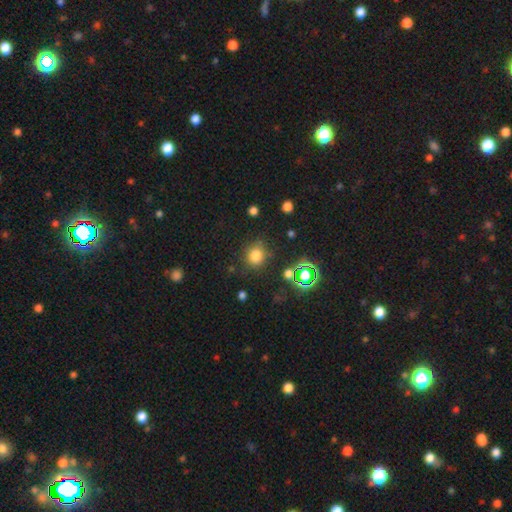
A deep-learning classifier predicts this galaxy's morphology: This appears to be a smooth galaxy with no disk features (74%) that is round (82%). Merging: none (78%).